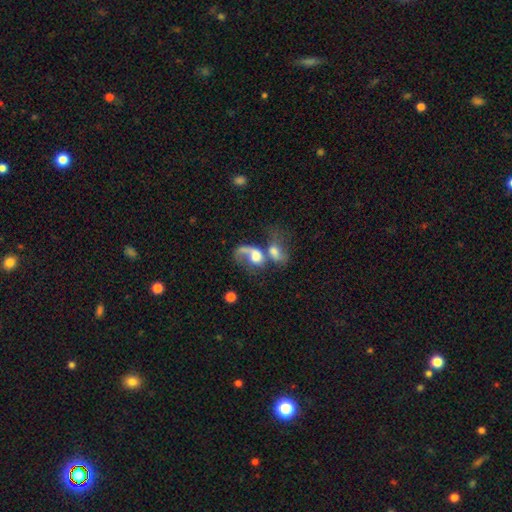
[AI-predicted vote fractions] This appears to be a featured or disk galaxy (49%). Merging: merger (66%).